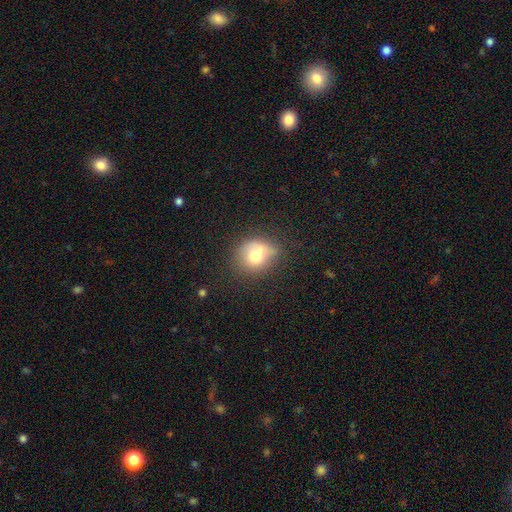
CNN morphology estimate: smooth_or_featured: smooth (p=0.67) [alt: featured or disk p=0.21]
how_rounded: round (p=0.77) [alt: in between p=0.22]
merging: none (p=0.51) [alt: minor disturbance p=0.27]